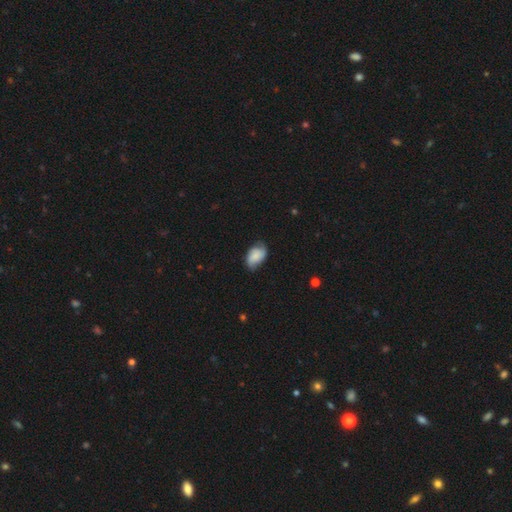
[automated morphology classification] Smooth or featured? Predicted: smooth (p=0.62). How rounded? Predicted: in between (p=0.87). Merging? Predicted: none (p=0.58).